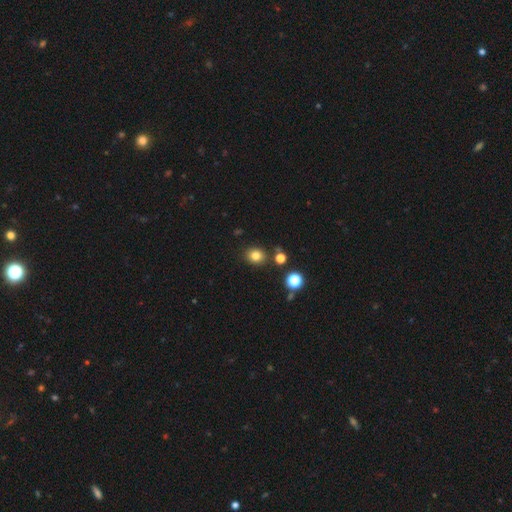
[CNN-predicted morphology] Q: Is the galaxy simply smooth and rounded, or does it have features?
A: smooth — 80%.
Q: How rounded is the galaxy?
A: round — 73%.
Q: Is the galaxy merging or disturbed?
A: none — 83%.